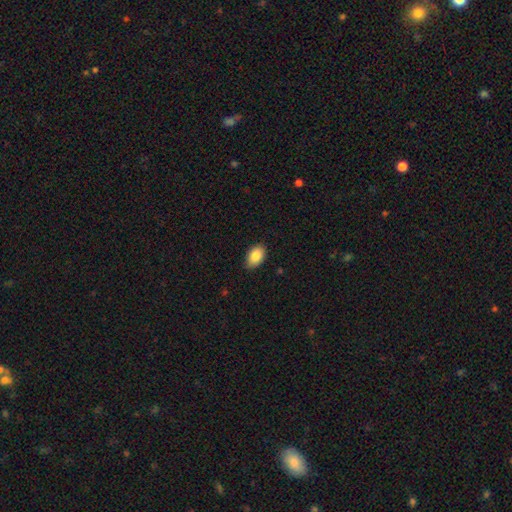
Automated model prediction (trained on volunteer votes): A smooth galaxy with no disk features (87%) that is in between round and cigar-shaped (91%). Merging: none (84%).